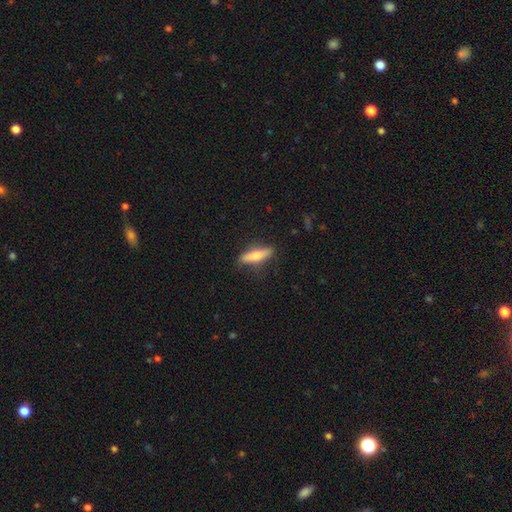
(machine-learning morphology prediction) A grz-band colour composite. It shows a smooth galaxy with no disk features (61%) that is cigar-shaped (72%). Merging: none (82%).